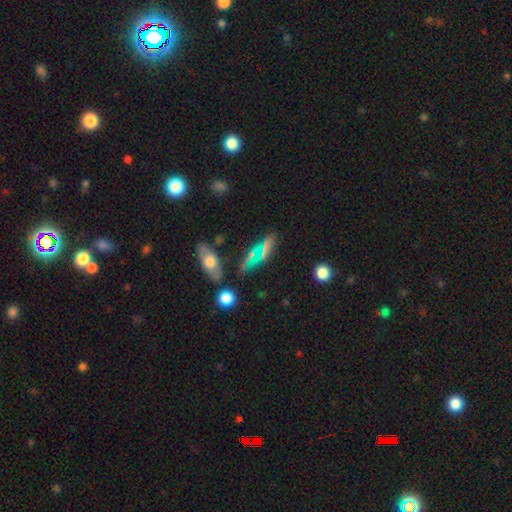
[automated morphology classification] Smooth or featured?
  - smooth: 53% *
  - featured or disk: 27%
  - star or artifact: 20%
How rounded?
  - in between: 50% *
  - cigar-shaped: 40%
  - round: 10%
Merging?
  - none: 72% *
  - minor disturbance: 14%
  - merger: 8%
  - major disturbance: 6%